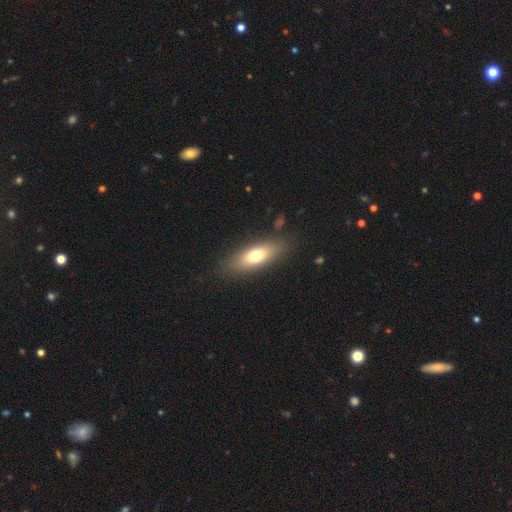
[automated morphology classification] A smooth galaxy with no disk features (68%) that is in between round and cigar-shaped (65%). Merging: none (83%).